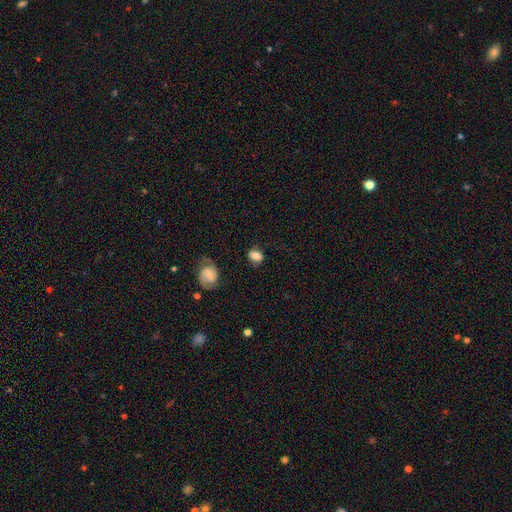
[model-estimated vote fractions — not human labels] Smooth or featured: smooth — 73% (featured or disk — 18%)
How rounded: in between — 62% (round — 36%)
Merging: none — 66% (minor disturbance — 21%)